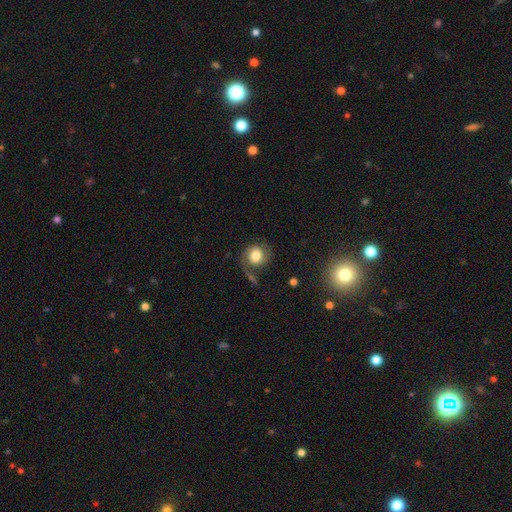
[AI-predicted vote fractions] This appears to be a smooth galaxy with no disk features (60%) that is round (78%). Merging: none (55%).